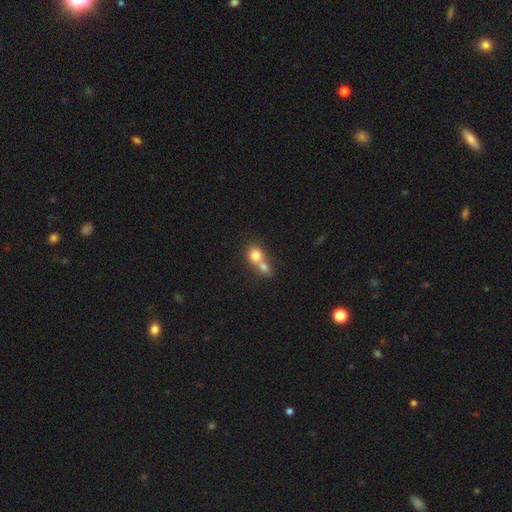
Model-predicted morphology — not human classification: smooth_or_featured: smooth (p=0.76) [alt: featured or disk p=0.15]
how_rounded: round (p=0.69) [alt: in between p=0.29]
merging: merger (p=0.70) [alt: none p=0.21]